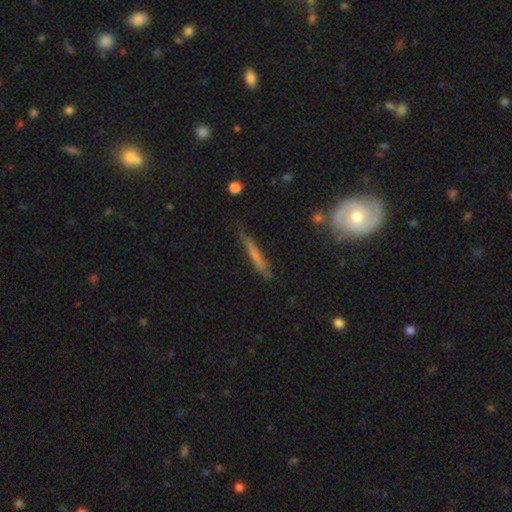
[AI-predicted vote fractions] Smooth or featured?
  - smooth: 58% *
  - featured or disk: 34%
  - star or artifact: 8%
How rounded?
  - cigar-shaped: 93% *
  - in between: 5%
  - round: 2%
Merging?
  - none: 73% *
  - minor disturbance: 19%
  - major disturbance: 5%
  - merger: 3%